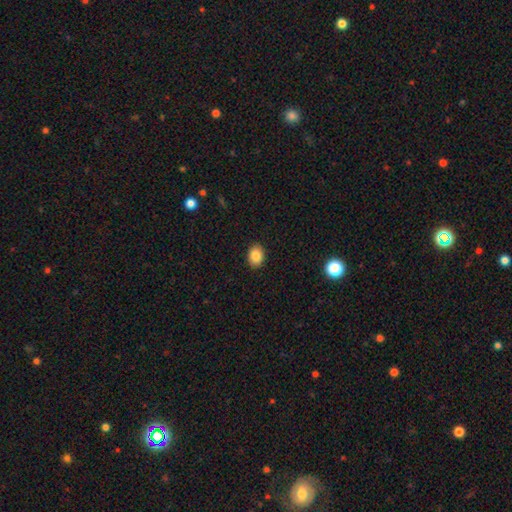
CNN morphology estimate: smooth 86%, star or artifact 9%, featured or disk 5%. Down the decision tree: how rounded — in between (69%); merging — none (90%).